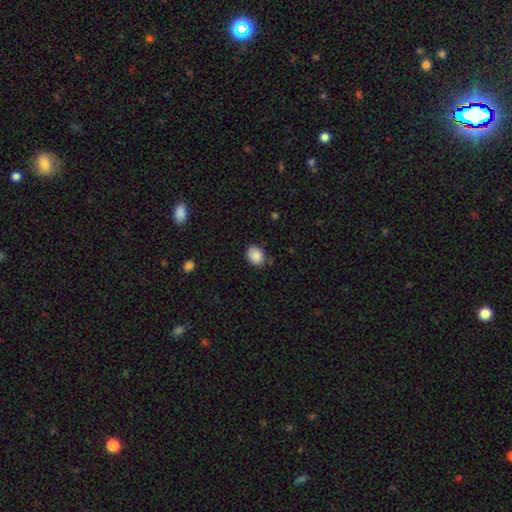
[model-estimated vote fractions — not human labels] Q: Smooth or featured?
A: smooth (88%); runner-up: star or artifact (8%)
Q: How rounded?
A: in between (54%); runner-up: round (45%)
Q: Merging?
A: none (77%); runner-up: minor disturbance (18%)